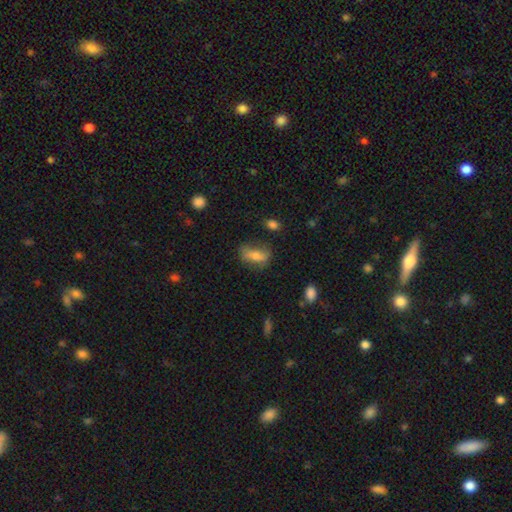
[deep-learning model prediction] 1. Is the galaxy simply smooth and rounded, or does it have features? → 67% smooth, 24% featured or disk, 9% star or artifact.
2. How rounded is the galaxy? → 80% in between, 12% cigar-shaped, 8% round.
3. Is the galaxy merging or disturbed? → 52% none, 28% minor disturbance, 17% major disturbance, 3% merger.